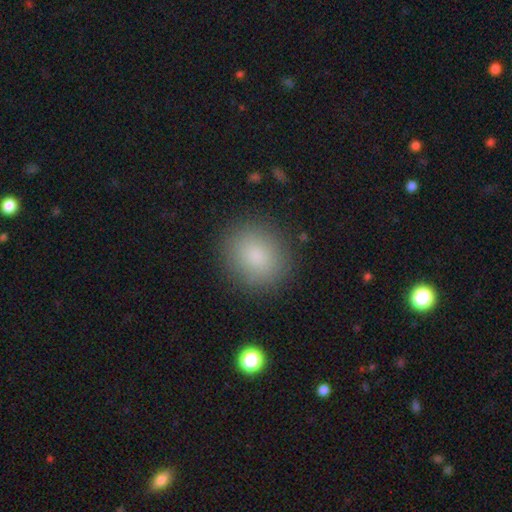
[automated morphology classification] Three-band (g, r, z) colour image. It shows a smooth galaxy with no disk features (84%) that is round (72%). Merging: none (88%).